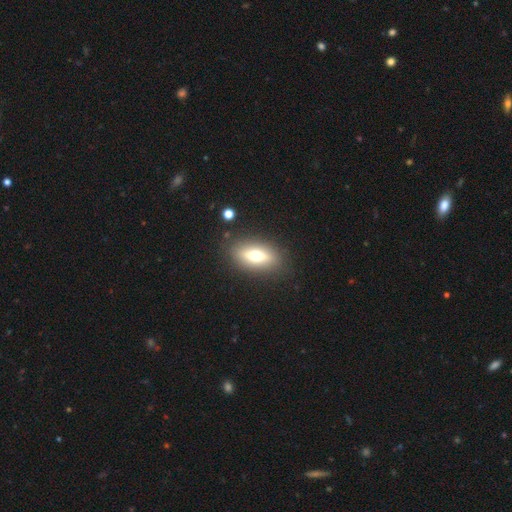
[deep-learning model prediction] smooth-or-featured: smooth: 56% | featured or disk: 35% | star or artifact: 9%
  how-rounded: in between: 75% | cigar-shaped: 19% | round: 6%
  merging: none: 85% | minor disturbance: 9% | major disturbance: 4% | merger: 2%